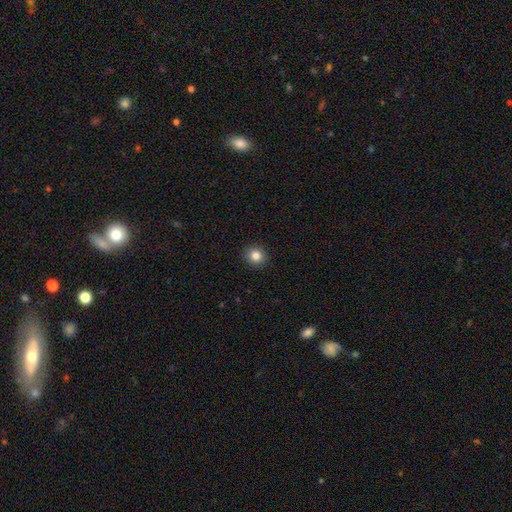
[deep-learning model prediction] A smooth galaxy with no disk features (83%) that is round (87%).

Vote fractions:
- Smooth or featured? smooth: 83% / star or artifact: 11% / featured or disk: 6%
- How rounded? round: 87% / in between: 12% / cigar-shaped: 1%
- Merging? none: 92% / minor disturbance: 5% / major disturbance: 2% / merger: 1%